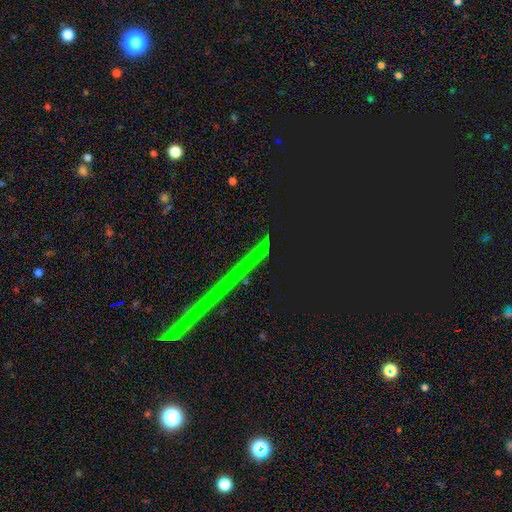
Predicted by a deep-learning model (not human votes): Overall: star or artifact (47%; featured or disk 33%).